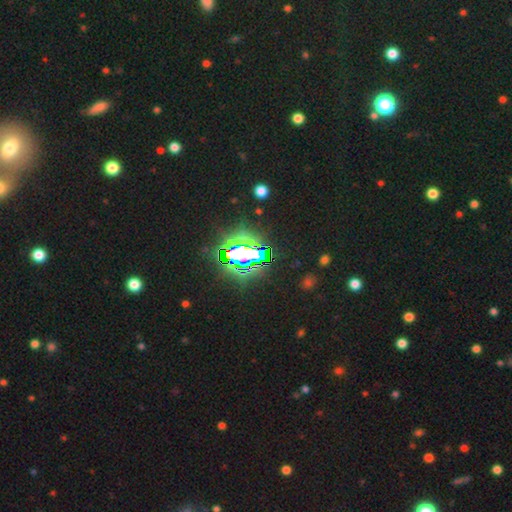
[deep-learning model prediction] The model was most divided on "smooth or featured": star or artifact: 77%, smooth: 13%, featured or disk: 10%.